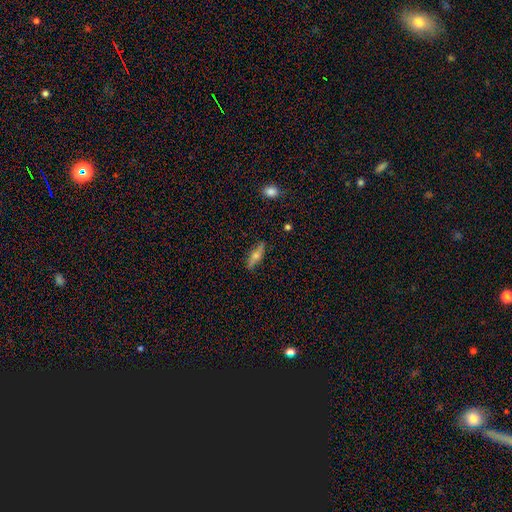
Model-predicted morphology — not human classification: A smooth galaxy with no disk features (47%).

Vote fractions:
- Smooth or featured? smooth: 47% / featured or disk: 45% / star or artifact: 8%
- Merging? none: 86% / minor disturbance: 11% / major disturbance: 2% / merger: 1%